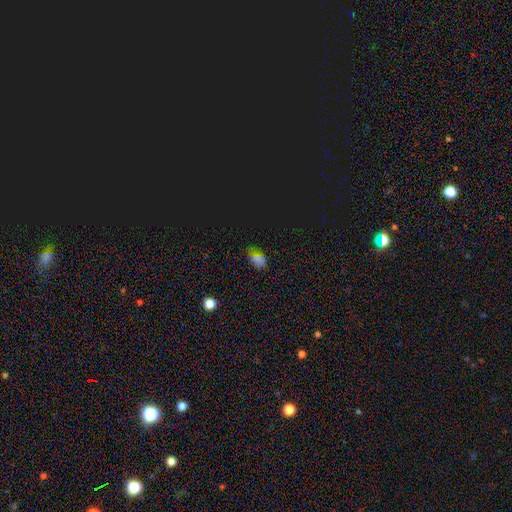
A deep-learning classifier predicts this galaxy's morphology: smooth 53%, star or artifact 39%, featured or disk 8%. Down the decision tree: how rounded — in between (83%); merging — none (78%).